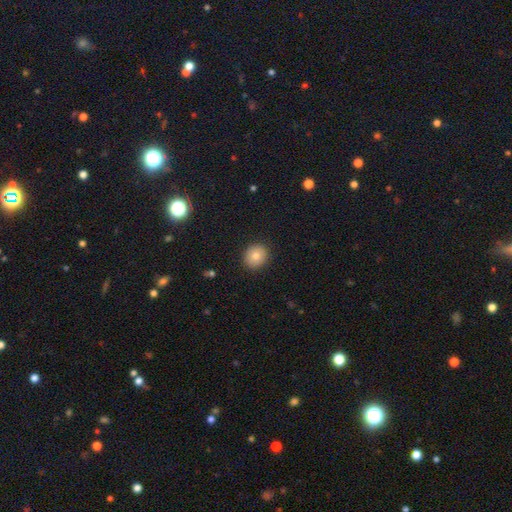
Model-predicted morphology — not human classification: Smooth or featured?
  - smooth: 79% *
  - featured or disk: 11%
  - star or artifact: 10%
How rounded?
  - round: 77% *
  - in between: 22%
  - cigar-shaped: 1%
Merging?
  - none: 90% *
  - minor disturbance: 7%
  - major disturbance: 2%
  - merger: 1%